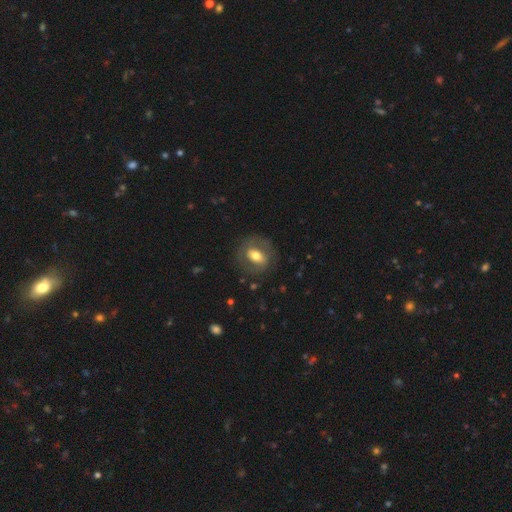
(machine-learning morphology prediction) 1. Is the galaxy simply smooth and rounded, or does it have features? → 47% featured or disk, 46% smooth, 7% star or artifact.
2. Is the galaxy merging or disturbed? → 76% none, 14% minor disturbance, 9% major disturbance, 1% merger.